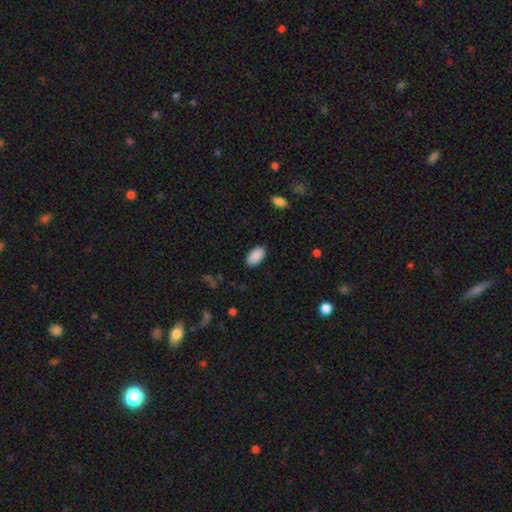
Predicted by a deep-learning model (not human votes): Morphology: type=smooth (91%); roundness=in between (95%); merging=none (88%).